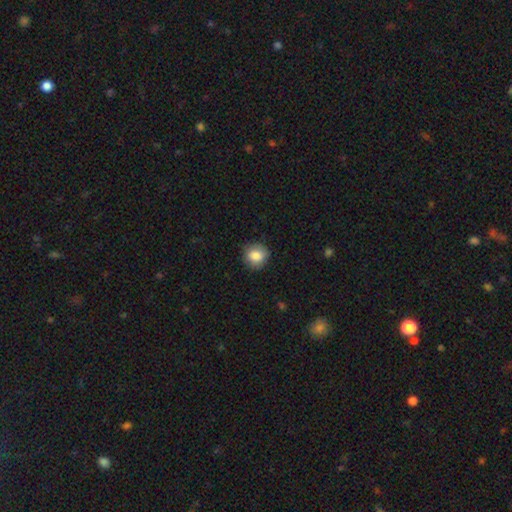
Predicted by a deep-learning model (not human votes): A smooth galaxy with no disk features (85%) that is round (82%).

Vote fractions:
- Smooth or featured? smooth: 85% / star or artifact: 8% / featured or disk: 7%
- How rounded? round: 82% / in between: 17% / cigar-shaped: 1%
- Merging? none: 83% / minor disturbance: 13% / major disturbance: 3% / merger: 1%